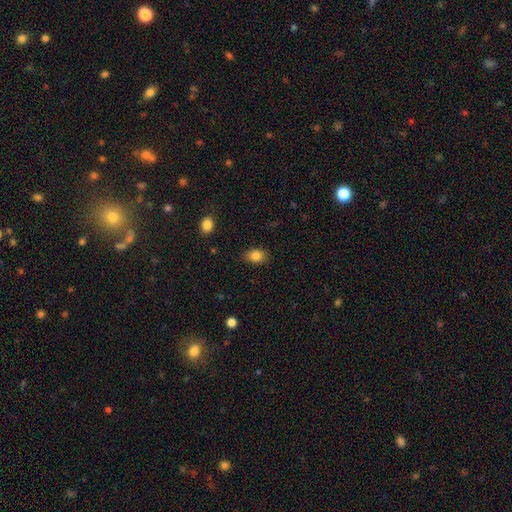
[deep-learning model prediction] Overall: smooth (85%). How rounded: in between (73%). Merging: none (84%).